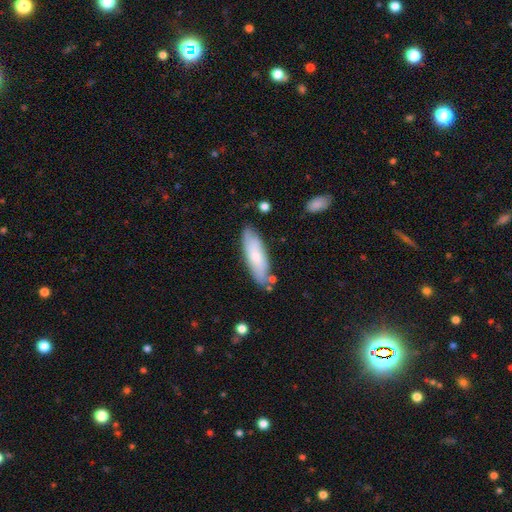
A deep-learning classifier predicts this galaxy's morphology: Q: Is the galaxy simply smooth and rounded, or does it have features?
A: smooth — 70%.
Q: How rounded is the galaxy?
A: cigar-shaped — 50%.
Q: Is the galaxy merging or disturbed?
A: none — 79%.